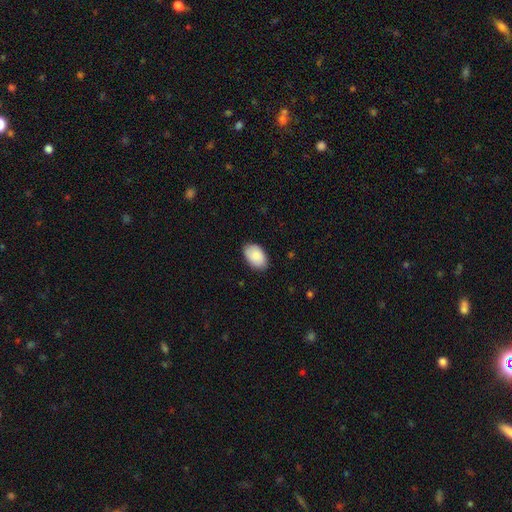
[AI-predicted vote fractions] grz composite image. It shows a smooth galaxy with no disk features (88%) that is in between round and cigar-shaped (92%). Merging: none (85%).